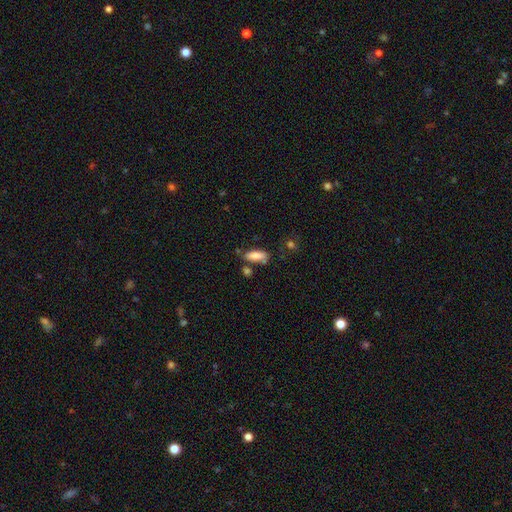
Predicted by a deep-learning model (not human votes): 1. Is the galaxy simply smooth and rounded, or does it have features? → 83% smooth, 10% featured or disk, 7% star or artifact.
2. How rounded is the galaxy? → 71% in between, 27% cigar-shaped, 2% round.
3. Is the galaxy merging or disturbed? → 70% none, 17% minor disturbance, 9% merger, 4% major disturbance.